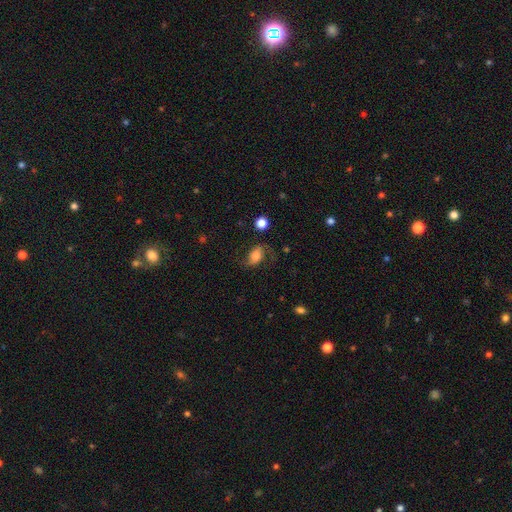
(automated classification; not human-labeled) Q: Smooth or featured?
A: featured or disk (52%); runner-up: smooth (38%)
Q: Edge-on disk?
A: no (95%); runner-up: yes (5%)
Q: Merging?
A: none (62%); runner-up: minor disturbance (19%)